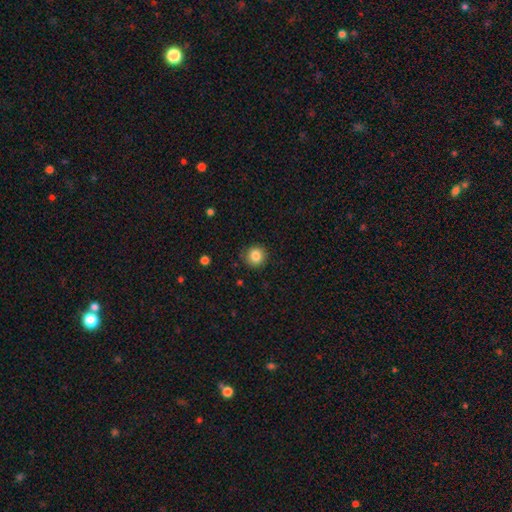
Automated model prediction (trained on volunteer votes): Q: Smooth or featured?
A: smooth (84%); runner-up: star or artifact (10%)
Q: How rounded?
A: round (93%); runner-up: in between (6%)
Q: Merging?
A: none (87%); runner-up: minor disturbance (10%)